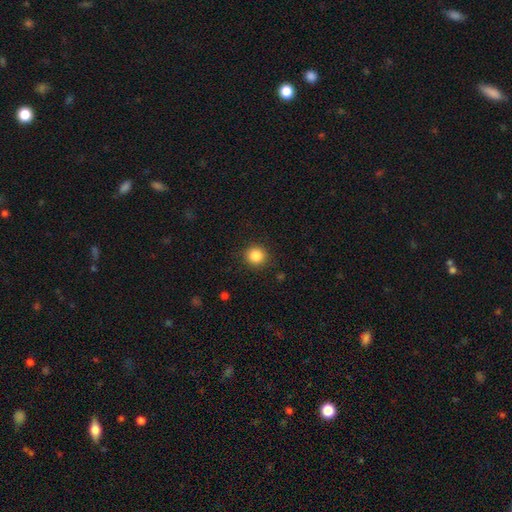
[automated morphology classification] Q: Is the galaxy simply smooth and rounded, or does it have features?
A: smooth — 86%.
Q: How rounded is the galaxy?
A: round — 92%.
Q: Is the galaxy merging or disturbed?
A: none — 90%.